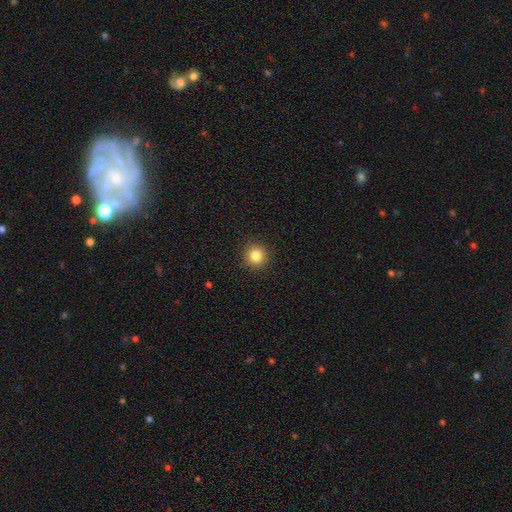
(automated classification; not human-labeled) smooth_or_featured: smooth (p=0.83) [alt: star or artifact p=0.11]
how_rounded: round (p=0.93) [alt: in between p=0.06]
merging: none (p=0.92) [alt: minor disturbance p=0.05]